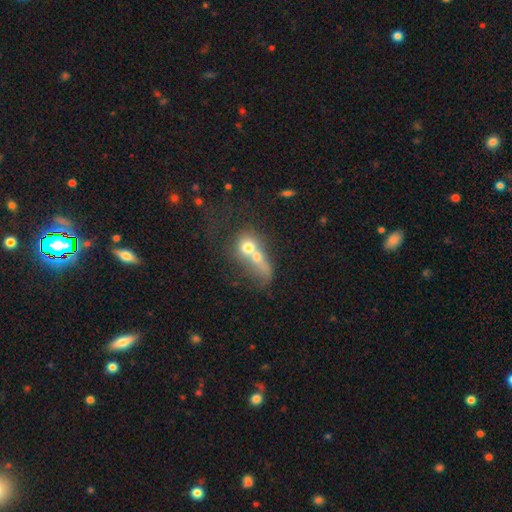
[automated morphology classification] A smooth galaxy with no disk features (54%) that is round (52%). Merging: merger (69%).